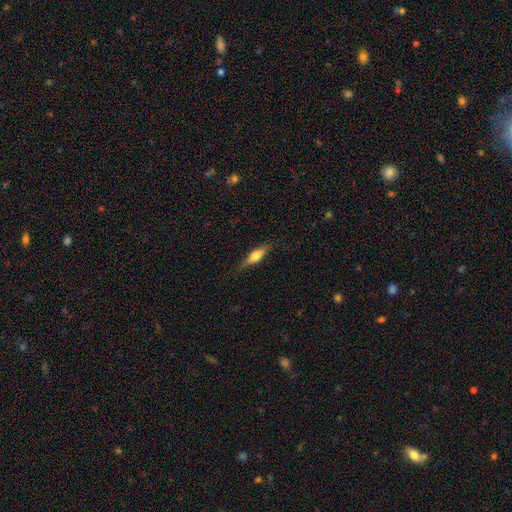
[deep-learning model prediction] This is possibly a smooth galaxy (53%). How rounded: possibly cigar-shaped (59%). Merging: likely none (80%).